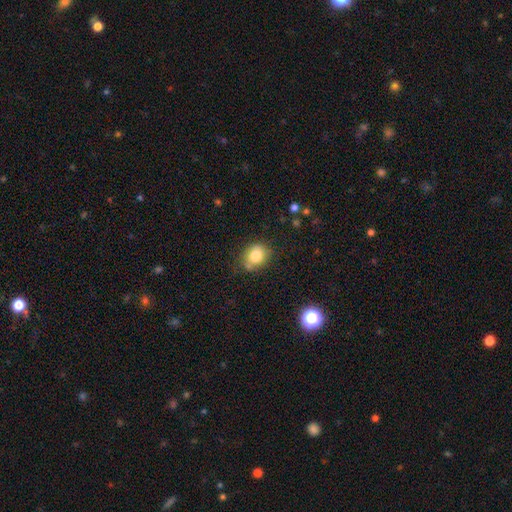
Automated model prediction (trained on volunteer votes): Morphology: type=smooth (80%); roundness=round (58%); merging=none (70%).